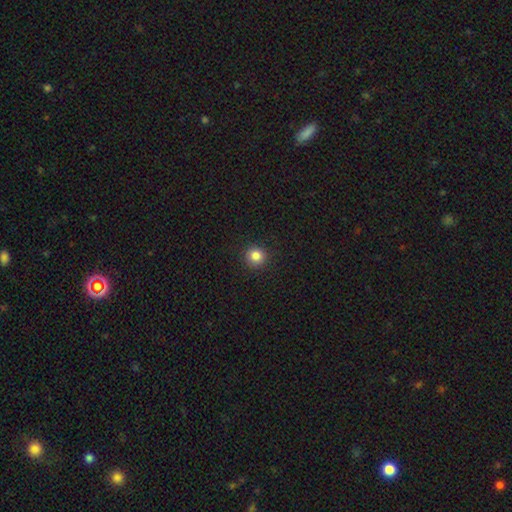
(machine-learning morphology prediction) smooth 84%, star or artifact 11%, featured or disk 4%. Down the decision tree: how rounded — round (93%); merging — none (92%).